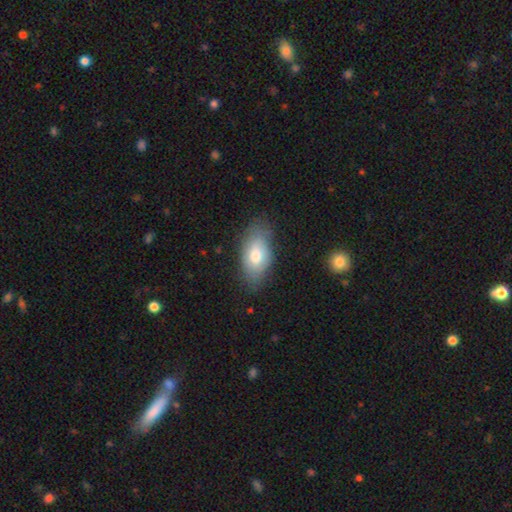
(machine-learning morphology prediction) type=smooth (74%); roundness=in between (92%); merging=none (73%).